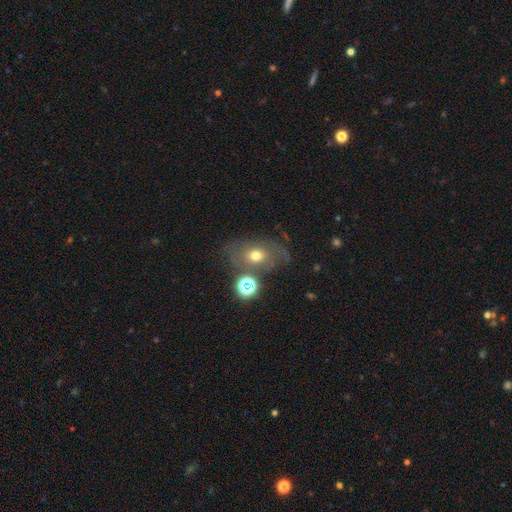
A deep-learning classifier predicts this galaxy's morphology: Smooth or featured: smooth — 54% (featured or disk — 28%)
How rounded: in between — 68% (round — 30%)
Merging: none — 59% (minor disturbance — 19%)